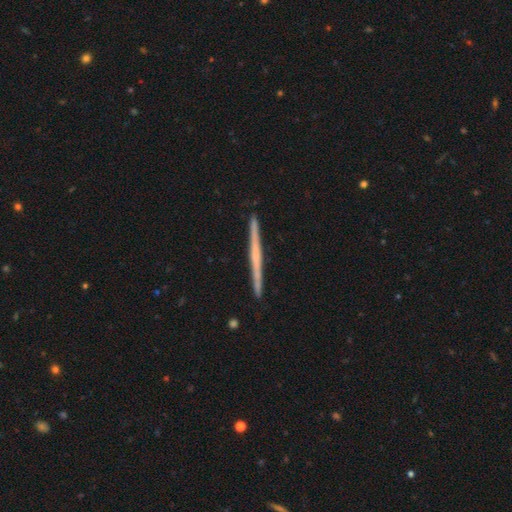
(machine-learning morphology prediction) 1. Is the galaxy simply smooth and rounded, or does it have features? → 64% featured or disk, 31% smooth, 6% star or artifact.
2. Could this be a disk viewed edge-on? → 98% yes, 2% no.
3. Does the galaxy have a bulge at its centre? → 75% none, 20% rounded, 5% boxy.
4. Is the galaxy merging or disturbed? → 92% none, 6% minor disturbance, 1% merger, 1% major disturbance.